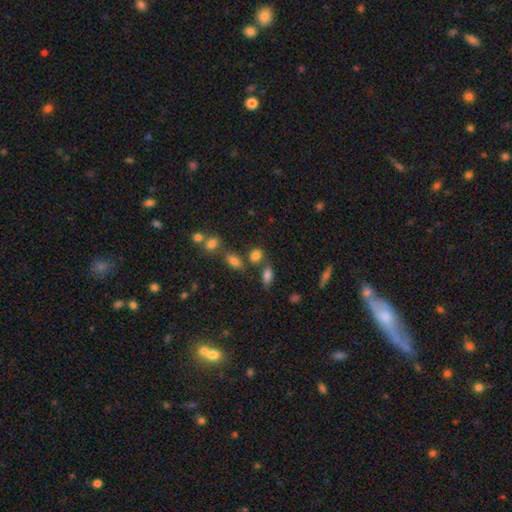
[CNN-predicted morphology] smooth_or_featured: smooth (p=0.80) [alt: star or artifact p=0.13]
how_rounded: in between (p=0.59) [alt: round p=0.37]
merging: none (p=0.62) [alt: merger p=0.19]